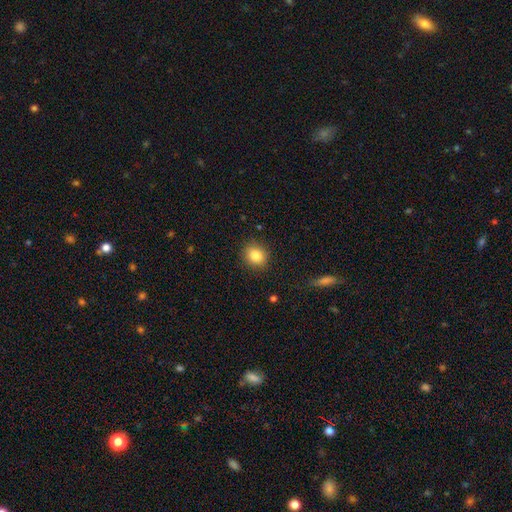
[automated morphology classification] The model was most divided on "how rounded": round: 76%, in between: 23%, cigar-shaped: 1%. More confident: merging — none (88%); smooth or featured — smooth (84%).